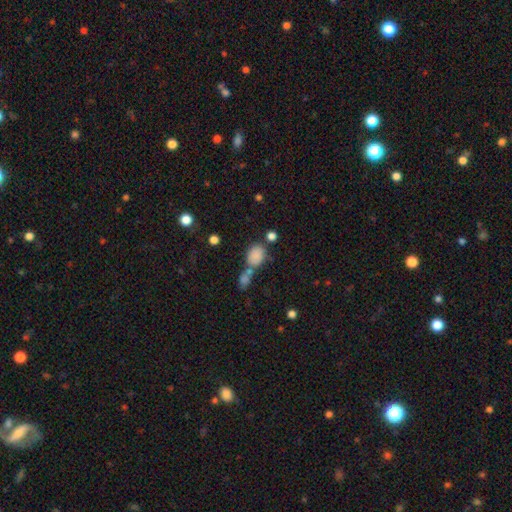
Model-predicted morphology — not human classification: Smooth or featured? smooth (83%)
How rounded? in between (69%)
Merging? none (45%)